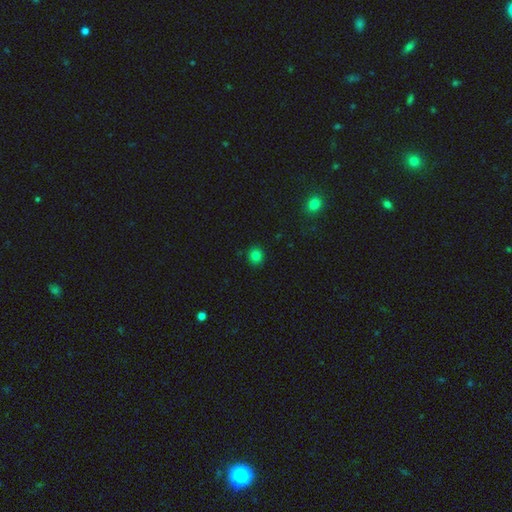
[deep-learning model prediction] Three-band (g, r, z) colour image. It shows a smooth galaxy with no disk features (81%) that is round (82%). Merging: none (90%).